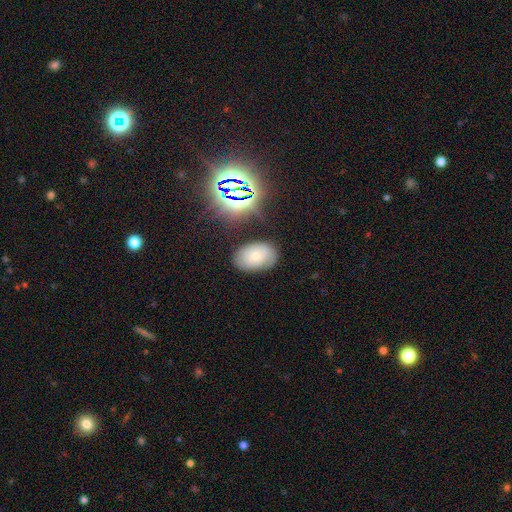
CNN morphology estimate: smooth-or-featured: smooth: 63% | featured or disk: 23% | star or artifact: 14%
  how-rounded: in between: 86% | round: 12% | cigar-shaped: 1%
  merging: none: 78% | minor disturbance: 16% | major disturbance: 4% | merger: 2%